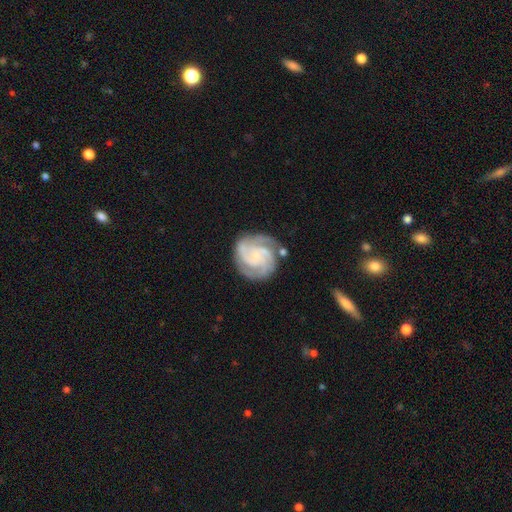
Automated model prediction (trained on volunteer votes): Q: Smooth or featured?
A: featured or disk (88%); runner-up: smooth (7%)
Q: Edge-on disk?
A: no (98%); runner-up: yes (2%)
Q: Bar?
A: no (68%); runner-up: weak (26%)
Q: Spiral arms?
A: yes (98%); runner-up: no (2%)
Q: Spiral winding?
A: tight (63%); runner-up: medium (33%)
Q: Spiral arm count?
A: 3 (52%); runner-up: 4 (17%)
Q: Bulge size?
A: small (74%); runner-up: moderate (13%)
Q: Merging?
A: none (75%); runner-up: minor disturbance (17%)